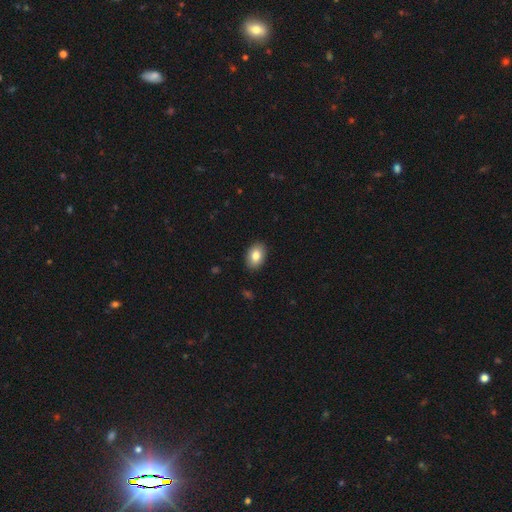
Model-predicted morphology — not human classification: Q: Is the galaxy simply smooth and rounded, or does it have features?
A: smooth — 83%.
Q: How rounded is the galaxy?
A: in between — 84%.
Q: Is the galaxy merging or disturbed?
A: none — 90%.